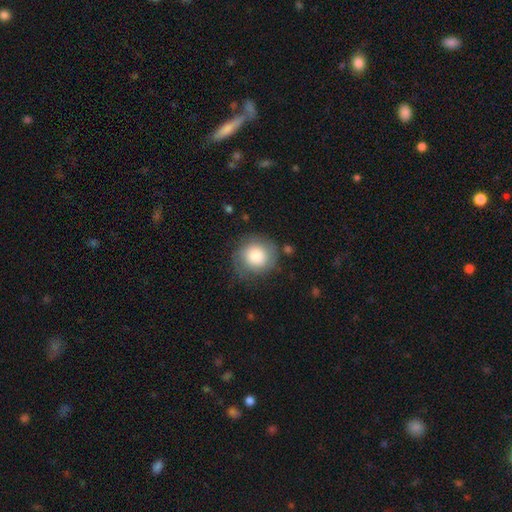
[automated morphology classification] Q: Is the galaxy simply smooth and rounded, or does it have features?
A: smooth — 76%.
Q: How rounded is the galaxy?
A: round — 89%.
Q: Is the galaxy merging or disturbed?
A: none — 72%.